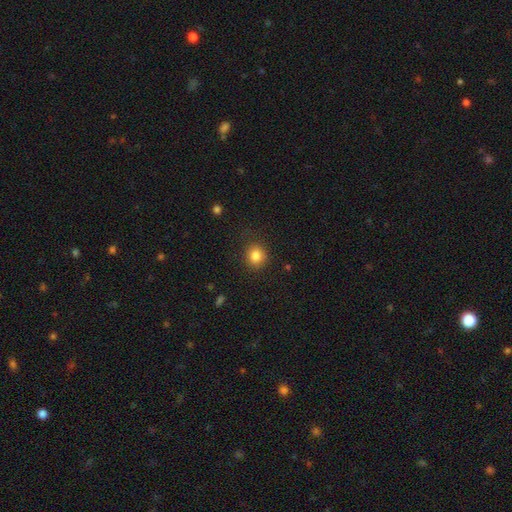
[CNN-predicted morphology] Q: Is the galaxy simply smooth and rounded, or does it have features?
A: smooth — 83%.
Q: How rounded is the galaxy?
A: round — 85%.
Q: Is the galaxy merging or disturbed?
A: none — 88%.